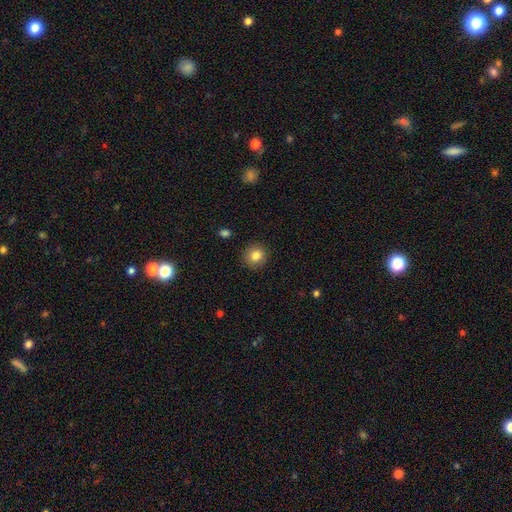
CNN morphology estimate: Q: Smooth or featured?
A: smooth (83%); runner-up: star or artifact (10%)
Q: How rounded?
A: round (90%); runner-up: in between (9%)
Q: Merging?
A: none (90%); runner-up: minor disturbance (7%)